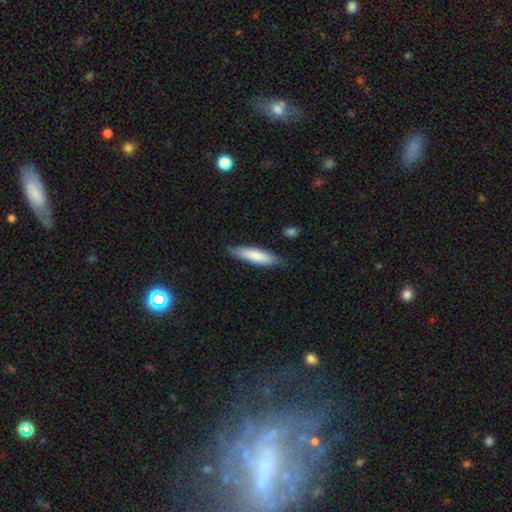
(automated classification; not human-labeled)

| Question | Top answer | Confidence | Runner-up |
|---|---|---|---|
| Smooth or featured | smooth | 81% | featured or disk (14%) |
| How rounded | cigar-shaped | 68% | in between (31%) |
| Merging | none | 78% | minor disturbance (18%) |